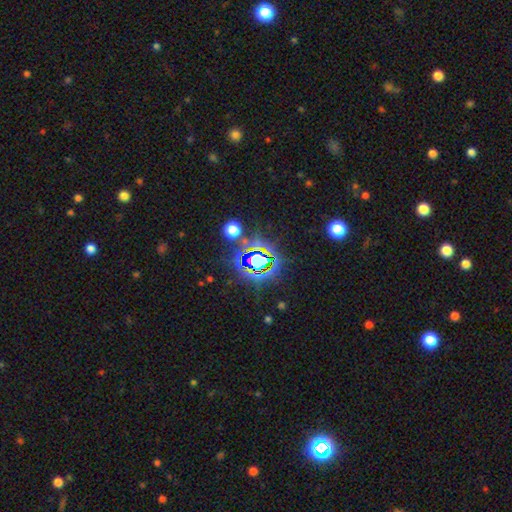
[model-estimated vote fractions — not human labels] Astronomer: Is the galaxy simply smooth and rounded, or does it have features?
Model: star or artifact — 77%.